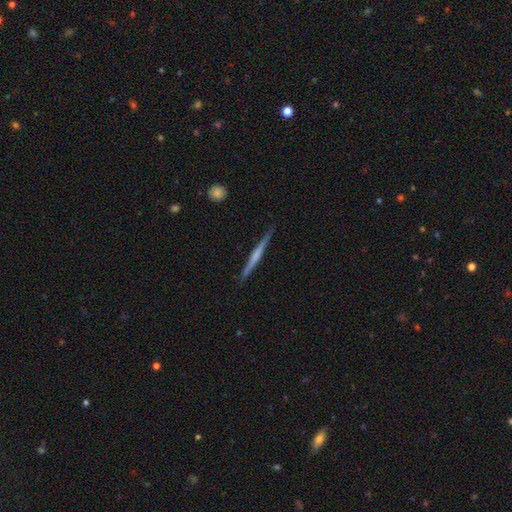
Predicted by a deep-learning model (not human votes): A featured or disk galaxy (66%) viewed edge-on (98%) with no central bulge (42%).

Vote fractions:
- Smooth or featured? featured or disk: 66% / smooth: 29% / star or artifact: 5%
- Edge-on disk? yes: 98% / no: 2%
- Edge-on bulge? none: 42% / rounded: 41% / boxy: 17%
- Merging? none: 90% / minor disturbance: 7% / major disturbance: 1% / merger: 1%